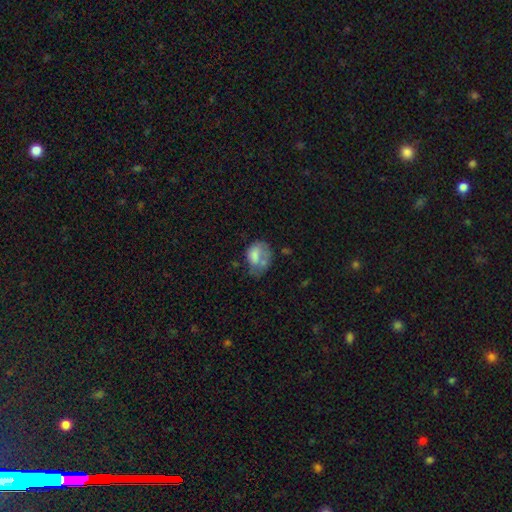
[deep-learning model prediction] Morphology: type=smooth (64%); roundness=in between (66%); merging=none (29%, tied with major disturbance and minor disturbance).